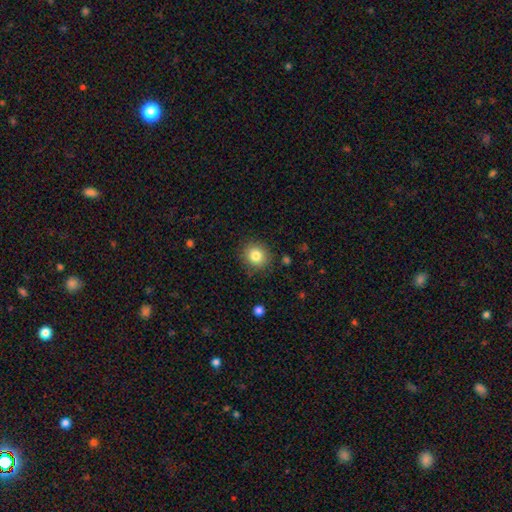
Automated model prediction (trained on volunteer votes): Q: Smooth or featured?
A: smooth (82%); runner-up: star or artifact (10%)
Q: How rounded?
A: round (85%); runner-up: in between (14%)
Q: Merging?
A: none (87%); runner-up: minor disturbance (9%)